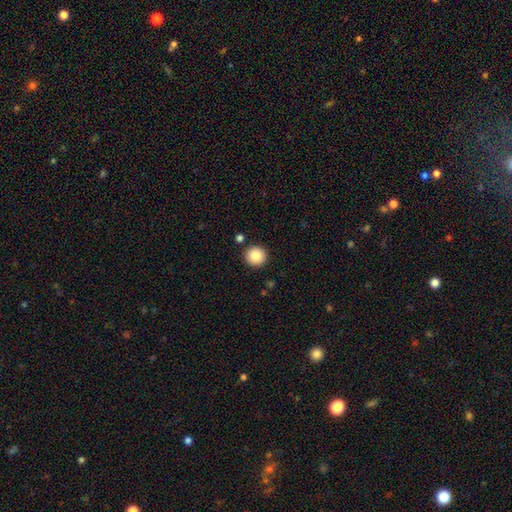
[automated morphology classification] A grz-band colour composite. It shows a smooth galaxy with no disk features (87%) that is round (94%). Merging: none (90%).